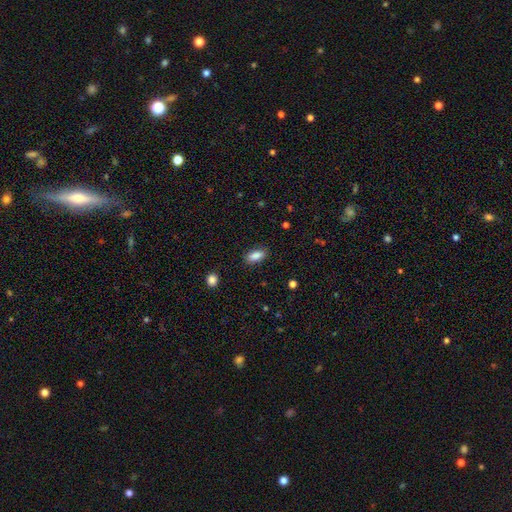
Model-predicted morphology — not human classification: Overall: smooth (87%). How rounded: in between (85%). Merging: none (86%).